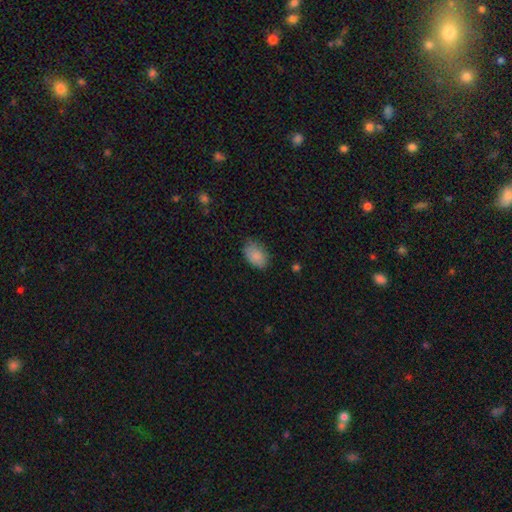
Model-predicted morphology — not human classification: Overall: smooth (86%). How rounded: in between (87%). Merging: none (73%).